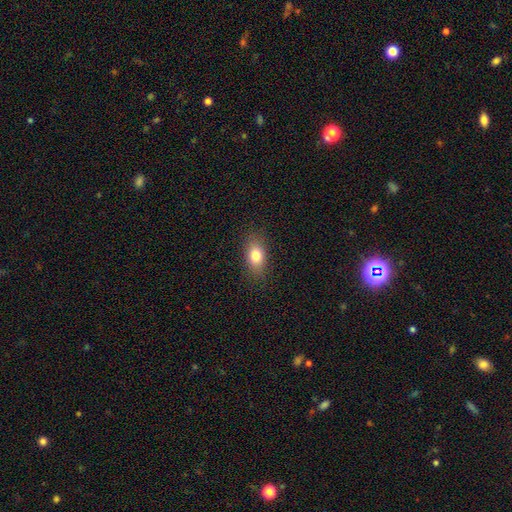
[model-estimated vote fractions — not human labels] This is likely a smooth galaxy (80%). How rounded: clearly in between (82%). Merging: clearly none (85%).